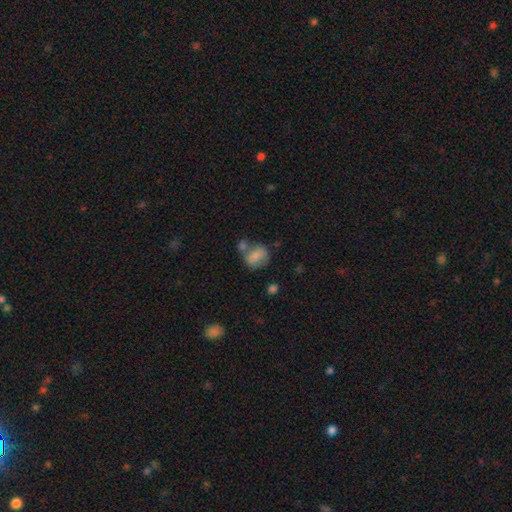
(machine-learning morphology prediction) This is likely a smooth galaxy (74%). How rounded: possibly in between (53%). Merging: marginally none (42%).